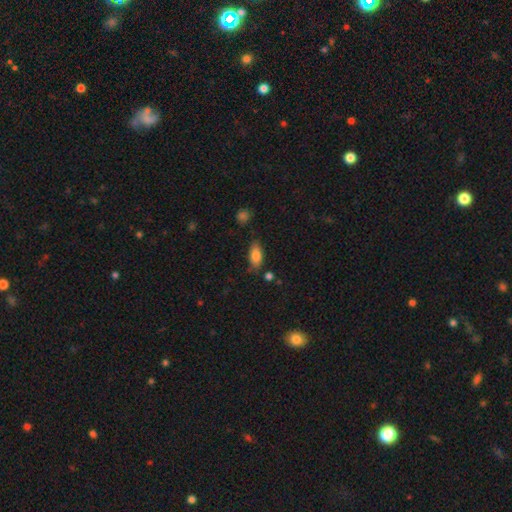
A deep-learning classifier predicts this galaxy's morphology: A smooth galaxy with no disk features (81%) that is in between round and cigar-shaped (85%). Merging: none (75%).